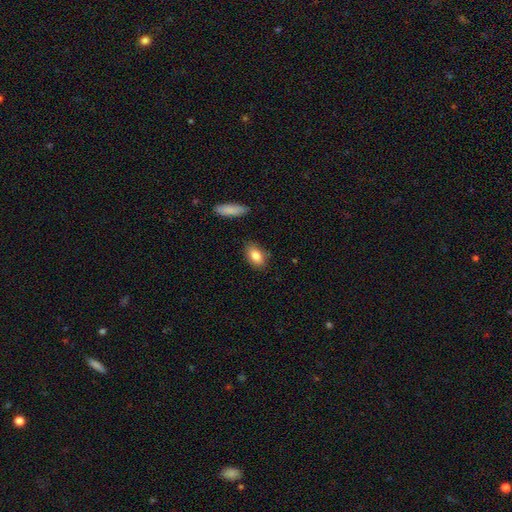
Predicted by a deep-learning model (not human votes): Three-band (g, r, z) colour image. It shows a smooth galaxy with no disk features (84%) that is in between round and cigar-shaped (86%). Merging: none (82%).